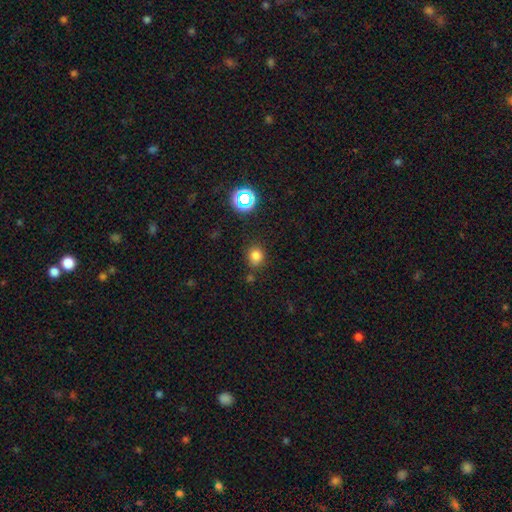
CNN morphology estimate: A smooth galaxy with no disk features (78%) that is round (78%). Merging: none (80%).